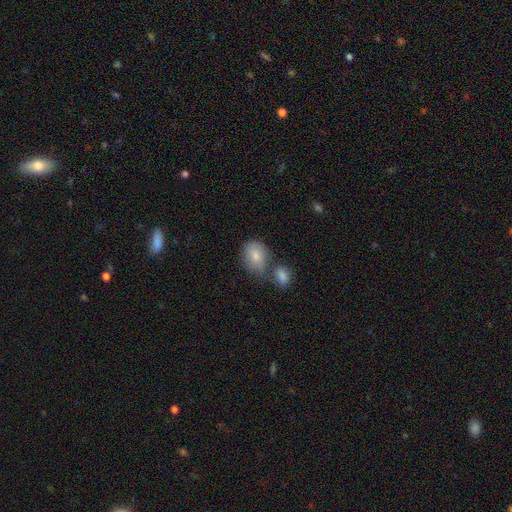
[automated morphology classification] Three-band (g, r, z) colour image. It shows a smooth galaxy with no disk features (83%) that is in between round and cigar-shaped (64%). Merging: none (46%).